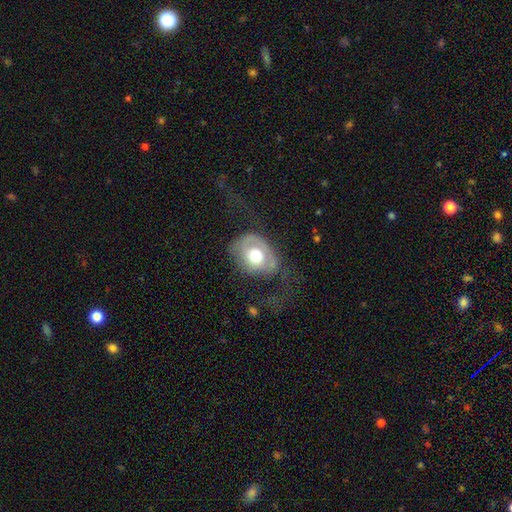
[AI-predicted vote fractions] A smooth galaxy with no disk features (48%).

Vote fractions:
- Smooth or featured? smooth: 48% / featured or disk: 45% / star or artifact: 7%
- Merging? major disturbance: 37% (tied) / none: 37% (tied) / minor disturbance: 24% / merger: 2%